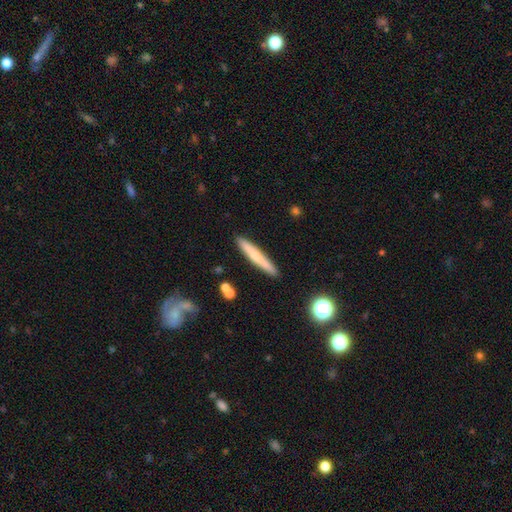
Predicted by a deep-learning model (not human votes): smooth_or_featured: smooth (p=0.59) [alt: featured or disk p=0.34]
how_rounded: cigar-shaped (p=0.95) [alt: in between p=0.04]
merging: none (p=0.90) [alt: minor disturbance p=0.07]